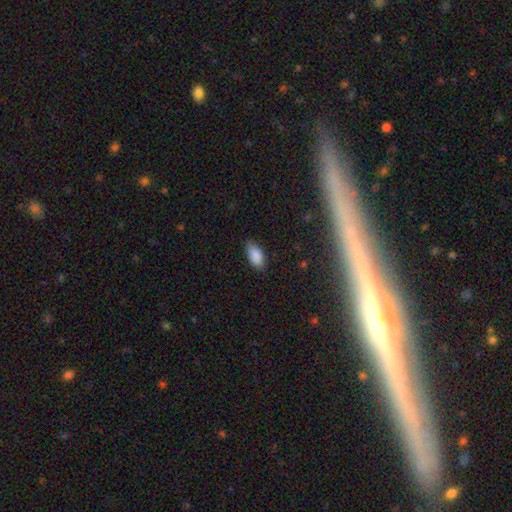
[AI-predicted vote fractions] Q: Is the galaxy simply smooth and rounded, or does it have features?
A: smooth — 87%.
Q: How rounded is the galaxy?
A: in between — 90%.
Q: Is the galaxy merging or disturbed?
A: none — 82%.